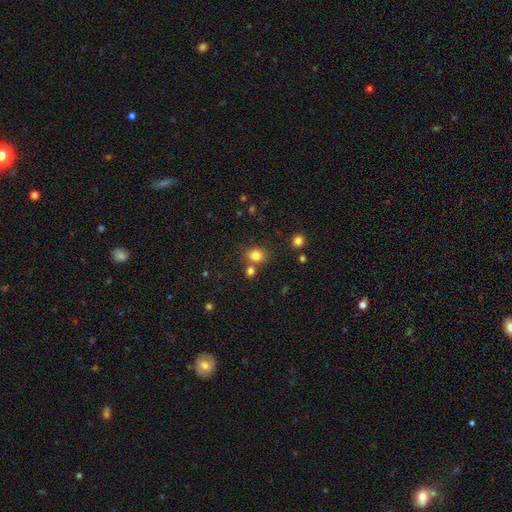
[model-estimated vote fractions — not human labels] Smooth or featured: smooth — 81% (star or artifact — 13%)
How rounded: round — 68% (in between — 31%)
Merging: none — 68% (merger — 18%)